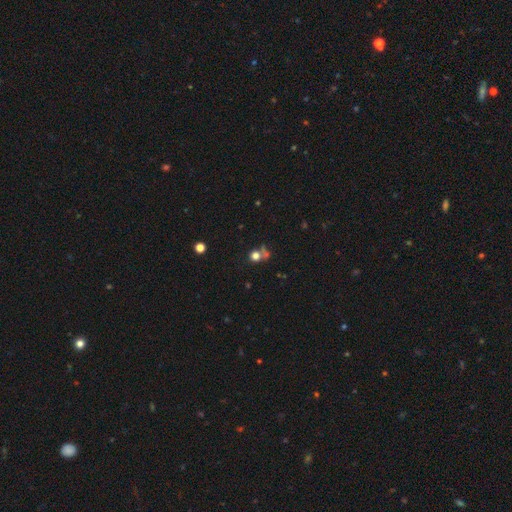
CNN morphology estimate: Smooth or featured? smooth (67%)
How rounded? round (86%)
Merging? none (53%)